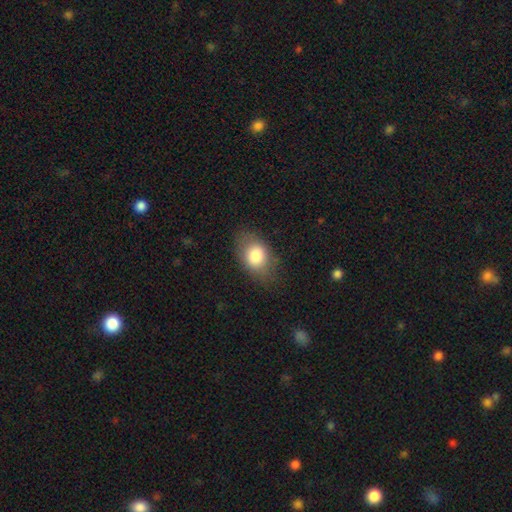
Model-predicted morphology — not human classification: The model was most divided on "merging": none: 75%, minor disturbance: 17%, major disturbance: 6%, merger: 1%. More confident: smooth or featured — smooth (81%); how rounded — in between (79%).